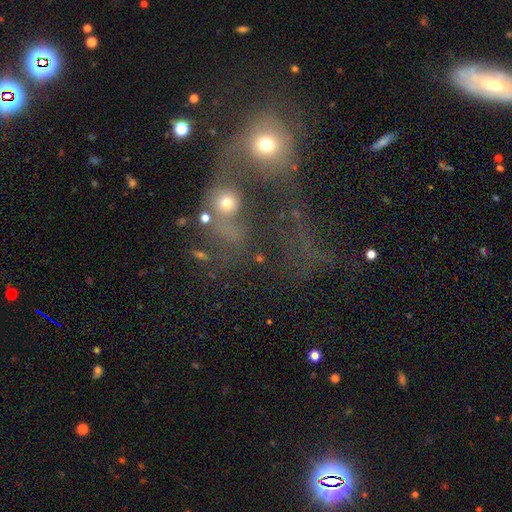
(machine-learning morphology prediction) This is marginally a star or artifact rather than a galaxy (36%).